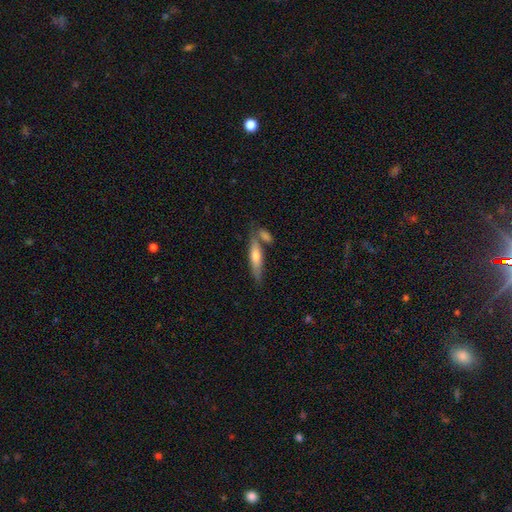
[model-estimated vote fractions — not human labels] A smooth galaxy with no disk features (53%) that is cigar-shaped (76%).

Vote fractions:
- Smooth or featured? smooth: 53% / featured or disk: 40% / star or artifact: 7%
- How rounded? cigar-shaped: 76% / in between: 22% / round: 2%
- Merging? none: 63% / merger: 20% / minor disturbance: 14% / major disturbance: 4%